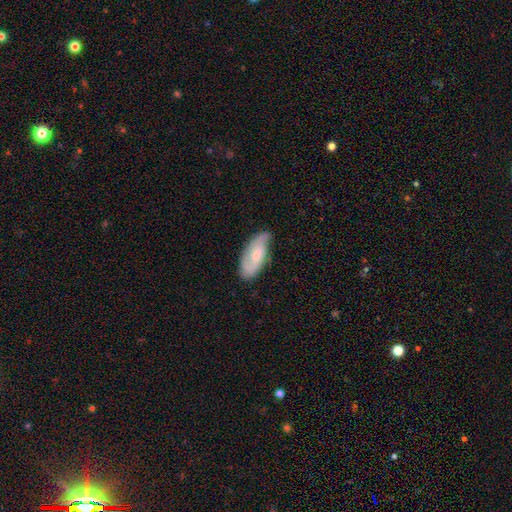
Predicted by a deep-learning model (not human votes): smooth-or-featured: featured or disk: 56% | smooth: 38% | star or artifact: 6%
  disk-edge-on: no: 91% | yes: 9%
    bar: no: 61% | weak: 32% | strong: 7%
    has-spiral-arms: yes: 89% | no: 11%
    bulge-size: small: 48% | moderate: 40% | none: 7% | large: 4% | dominant: 1%
  merging: none: 68% | minor disturbance: 25% | major disturbance: 6% | merger: 2%